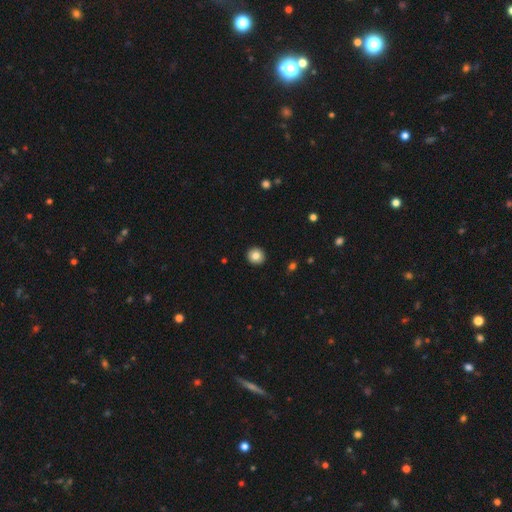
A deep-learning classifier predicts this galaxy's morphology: Smooth or featured? Predicted: smooth (p=0.83). How rounded? Predicted: round (p=0.92). Merging? Predicted: none (p=0.93).